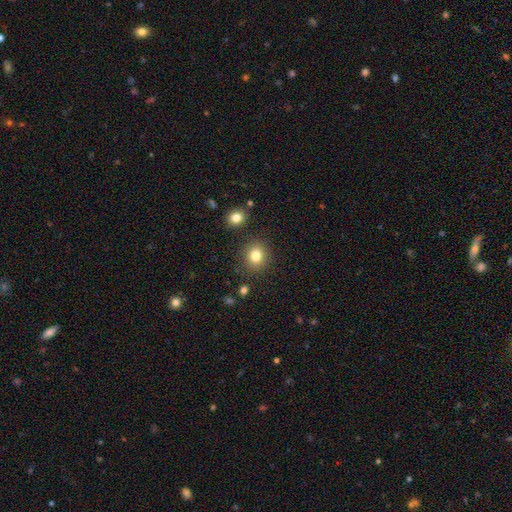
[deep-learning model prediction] Smooth or featured?
  - smooth: 81% *
  - star or artifact: 12%
  - featured or disk: 7%
How rounded?
  - round: 77% *
  - in between: 22%
  - cigar-shaped: 1%
Merging?
  - none: 87% *
  - minor disturbance: 8%
  - merger: 3%
  - major disturbance: 3%